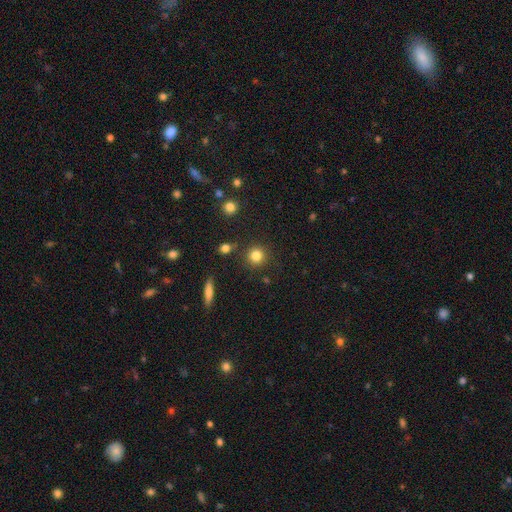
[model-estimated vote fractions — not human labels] smooth-or-featured: smooth: 83% | star or artifact: 11% | featured or disk: 6%
  how-rounded: round: 91% | in between: 7% | cigar-shaped: 1%
  merging: none: 87% | minor disturbance: 7% | merger: 3% | major disturbance: 3%